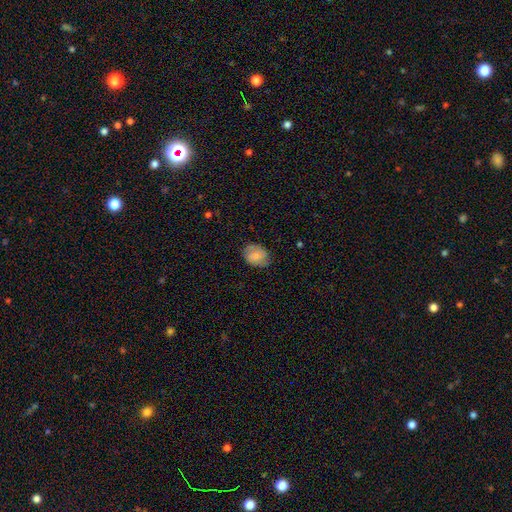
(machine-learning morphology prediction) A smooth galaxy with no disk features (70%) that is in between round and cigar-shaped (63%).

Vote fractions:
- Smooth or featured? smooth: 70% / featured or disk: 22% / star or artifact: 8%
- How rounded? in between: 63% / round: 36% / cigar-shaped: 1%
- Merging? none: 71% / minor disturbance: 22% / major disturbance: 5% / merger: 1%